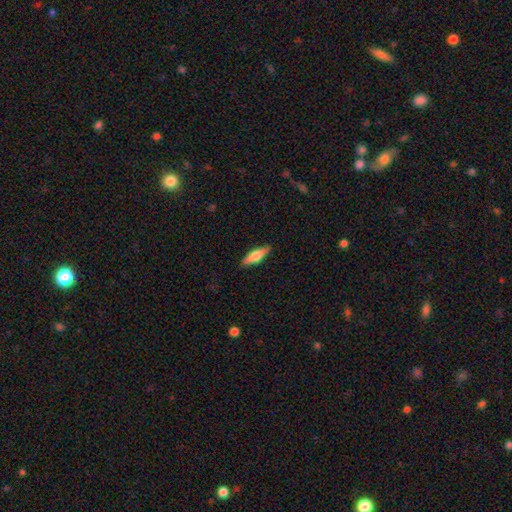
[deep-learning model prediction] Q: Smooth or featured?
A: smooth (62%); runner-up: featured or disk (32%)
Q: How rounded?
A: cigar-shaped (49%); runner-up: in between (48%)
Q: Merging?
A: none (87%); runner-up: minor disturbance (10%)